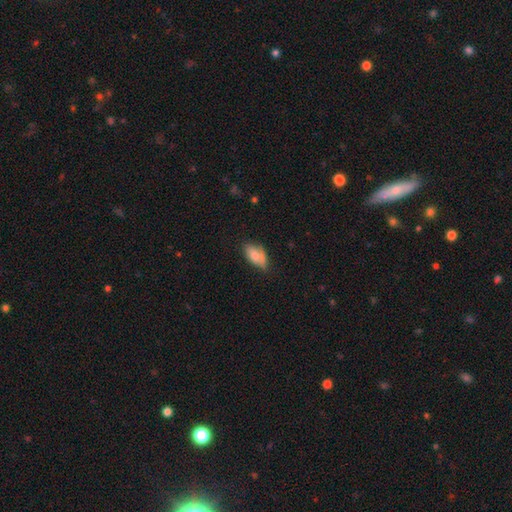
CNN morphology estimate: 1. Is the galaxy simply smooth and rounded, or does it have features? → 75% smooth, 18% featured or disk, 7% star or artifact.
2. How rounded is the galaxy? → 91% in between, 4% cigar-shaped, 4% round.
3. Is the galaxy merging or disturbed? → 51% none, 37% minor disturbance, 8% major disturbance, 3% merger.